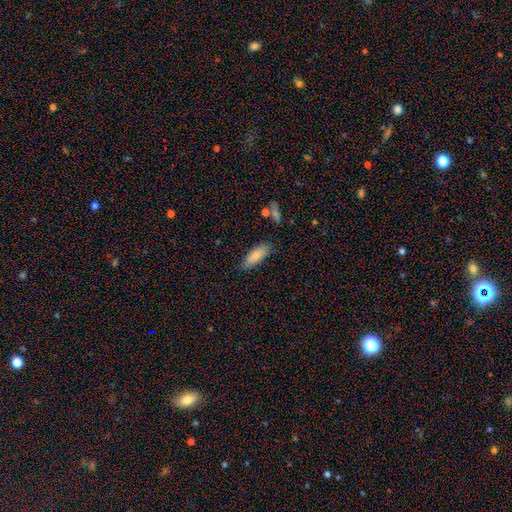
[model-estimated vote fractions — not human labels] Smooth or featured? Predicted: smooth (p=0.82). How rounded? Predicted: in between (p=0.74). Merging? Predicted: none (p=0.77).